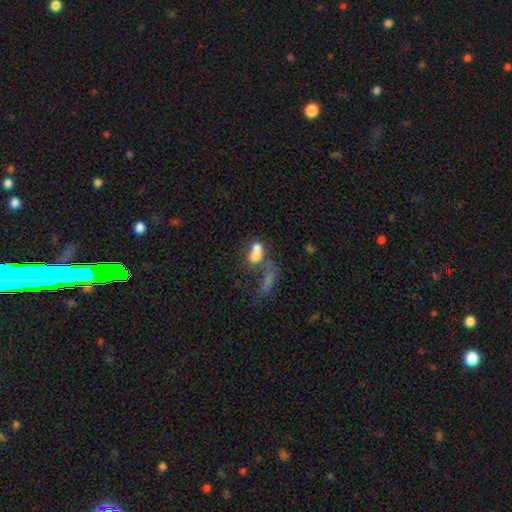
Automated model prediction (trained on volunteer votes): This appears to be a smooth galaxy with no disk features (63%) that is in between round and cigar-shaped (56%). Merging: merger (61%).